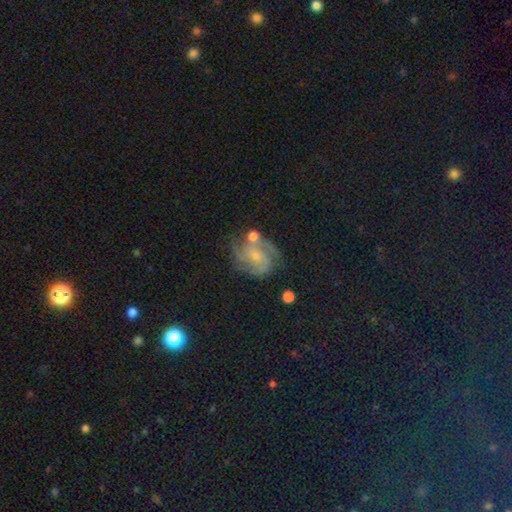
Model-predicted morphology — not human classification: smooth_or_featured: featured or disk (p=0.82) [alt: smooth p=0.10]
disk_edge_on: no (p=0.98) [alt: yes p=0.02]
bar: no (p=0.62) [alt: weak p=0.32]
has_spiral_arms: yes (p=0.96) [alt: no p=0.04]
spiral_winding: tight (p=0.47) [alt: medium p=0.43]
spiral_arm_count: 3 (p=0.40) [alt: 2 p=0.21]
bulge_size: small (p=0.69) [alt: moderate p=0.19]
merging: none (p=0.62) [alt: minor disturbance p=0.20]